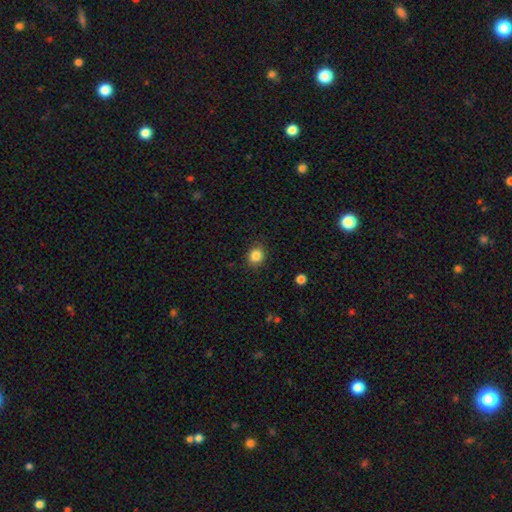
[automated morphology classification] A smooth galaxy with no disk features (85%) that is round (79%). Merging: none (88%).